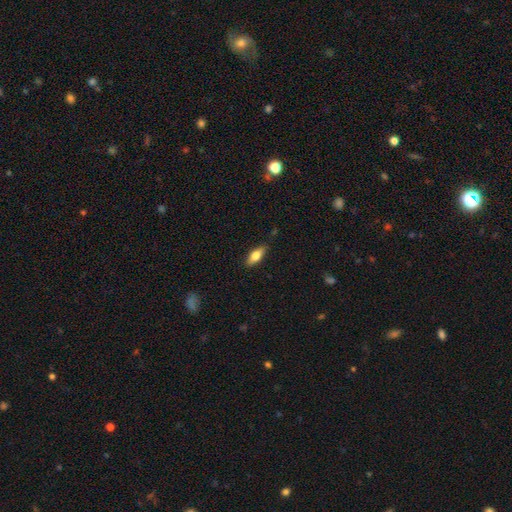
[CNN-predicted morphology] smooth-or-featured: smooth: 73% | featured or disk: 21% | star or artifact: 7%
  how-rounded: in between: 74% | cigar-shaped: 23% | round: 3%
  merging: none: 85% | minor disturbance: 12% | major disturbance: 2% | merger: 1%